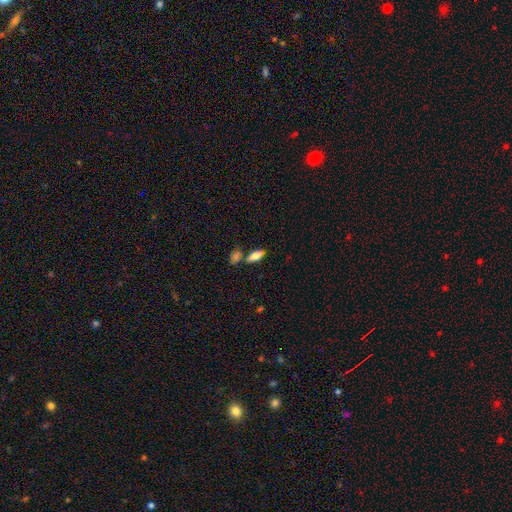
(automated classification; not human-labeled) A smooth galaxy with no disk features (78%) that is in between round and cigar-shaped (78%).

Vote fractions:
- Smooth or featured? smooth: 78% / featured or disk: 15% / star or artifact: 7%
- How rounded? in between: 78% / cigar-shaped: 20% / round: 3%
- Merging? none: 66% / merger: 18% / minor disturbance: 12% / major disturbance: 4%